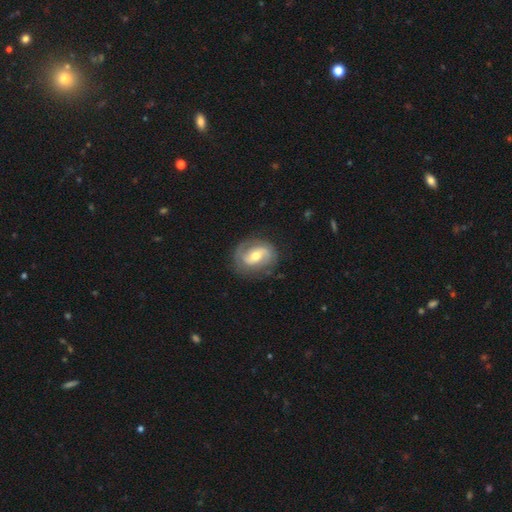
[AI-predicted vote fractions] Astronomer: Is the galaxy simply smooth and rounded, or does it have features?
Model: featured or disk — 72%.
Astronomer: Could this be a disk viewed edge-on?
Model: no — 96%.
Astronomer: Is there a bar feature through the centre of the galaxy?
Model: weak — 42% (runner-up: no, 29%).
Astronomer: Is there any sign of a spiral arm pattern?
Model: yes — 83%.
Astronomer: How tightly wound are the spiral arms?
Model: medium — 42% (runner-up: tight, 33%).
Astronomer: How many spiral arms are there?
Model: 2 — 78%.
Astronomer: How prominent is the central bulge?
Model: moderate — 69%.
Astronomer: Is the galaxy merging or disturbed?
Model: none — 76%.